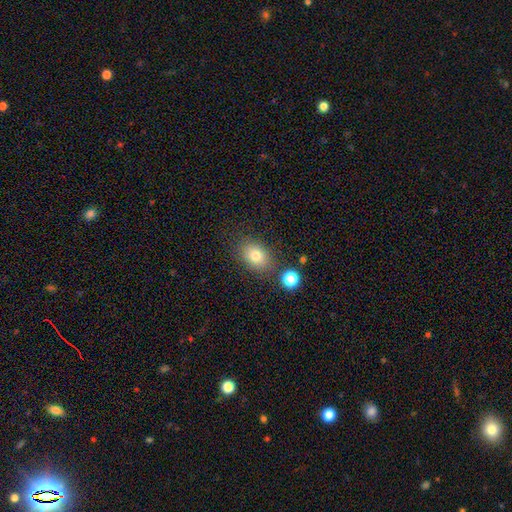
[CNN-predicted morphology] A smooth galaxy with no disk features (80%) that is in between round and cigar-shaped (71%). Merging: none (77%).